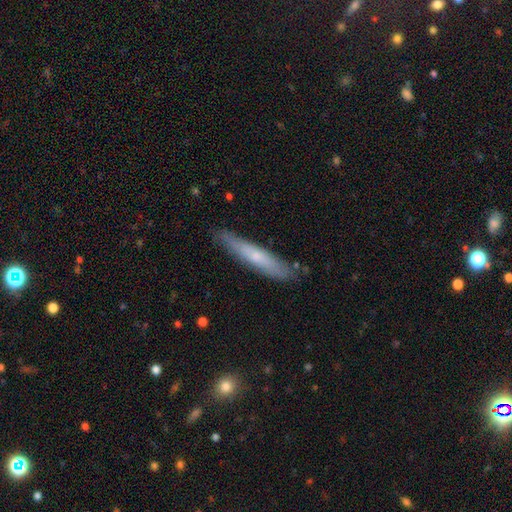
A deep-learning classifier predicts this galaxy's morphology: A smooth galaxy with no disk features (55%) that is cigar-shaped (92%). Merging: none (83%).